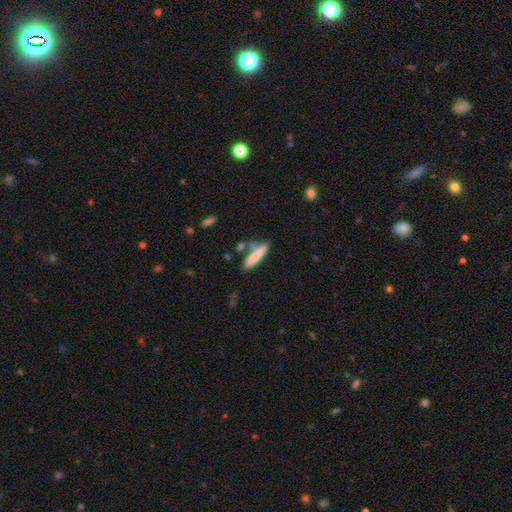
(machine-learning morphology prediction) Q: Smooth or featured?
A: smooth (78%); runner-up: featured or disk (16%)
Q: How rounded?
A: cigar-shaped (86%); runner-up: in between (12%)
Q: Merging?
A: none (68%); runner-up: minor disturbance (15%)